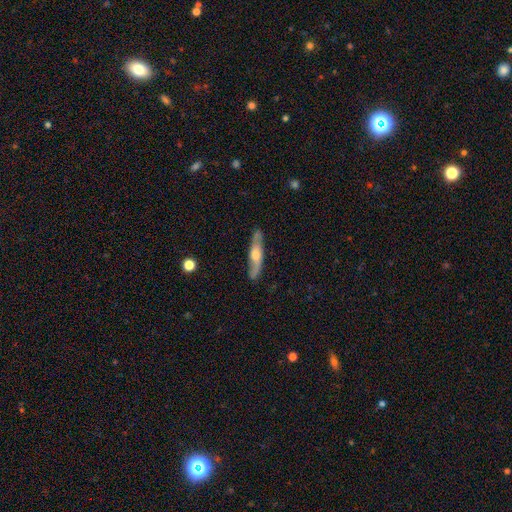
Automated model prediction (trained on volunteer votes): Morphology: type=featured or disk (57%); edge-on=yes (65%); merging=none (84%).